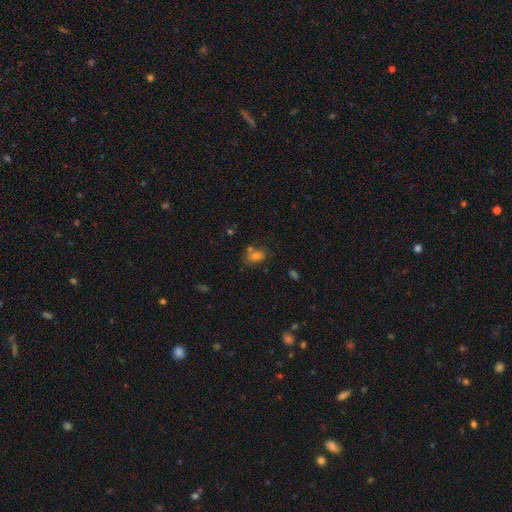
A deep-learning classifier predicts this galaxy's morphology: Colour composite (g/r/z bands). It shows a smooth galaxy with no disk features (69%) that is in between round and cigar-shaped (71%). Merging: none (63%).